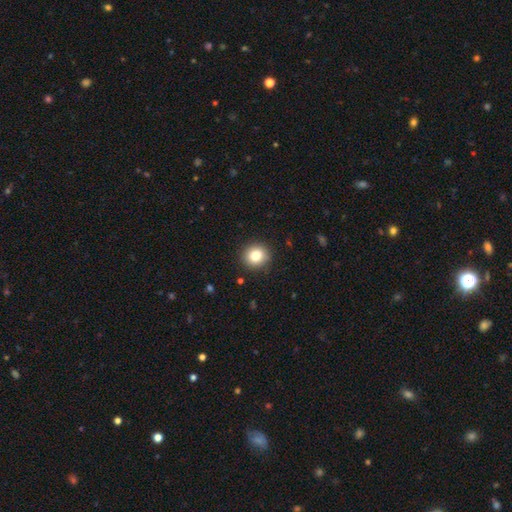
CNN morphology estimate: A smooth galaxy with no disk features (82%) that is round (87%). Merging: none (90%).